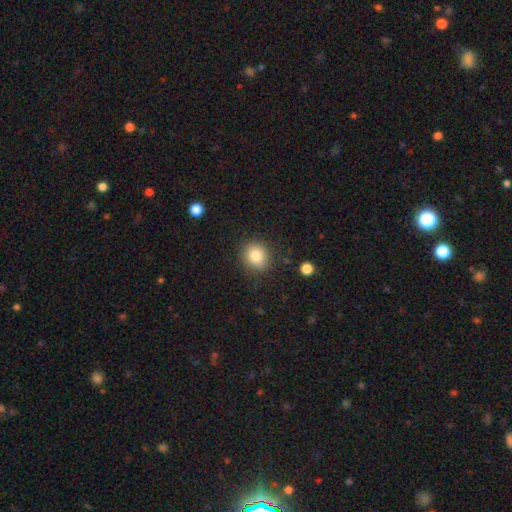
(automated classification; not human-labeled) A smooth galaxy with no disk features (83%) that is round (80%).

Vote fractions:
- Smooth or featured? smooth: 83% / star or artifact: 10% / featured or disk: 7%
- How rounded? round: 80% / in between: 19% / cigar-shaped: 1%
- Merging? none: 85% / minor disturbance: 10% / major disturbance: 3% / merger: 2%